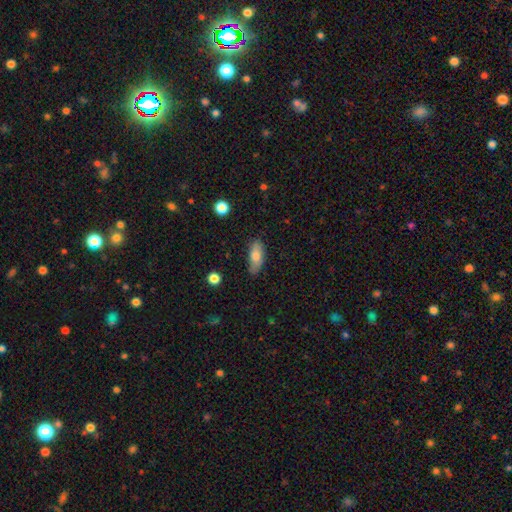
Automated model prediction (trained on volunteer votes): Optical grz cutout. It shows a smooth galaxy with no disk features (75%) that is in between round and cigar-shaped (79%). Merging: none (73%).